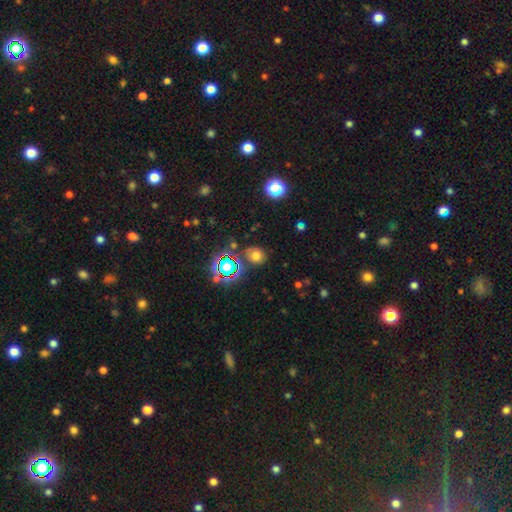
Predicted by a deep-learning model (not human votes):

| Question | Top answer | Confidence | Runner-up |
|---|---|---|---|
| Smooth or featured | smooth | 65% | star or artifact (26%) |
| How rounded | round | 69% | in between (29%) |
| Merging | none | 74% | minor disturbance (14%) |